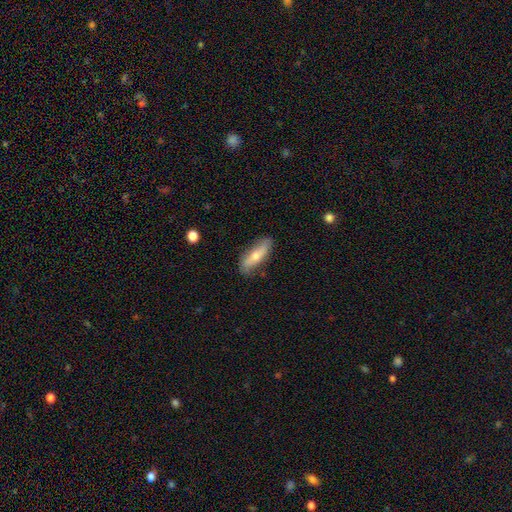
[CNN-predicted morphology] A smooth galaxy with no disk features (59%) that is cigar-shaped (52%). Merging: none (80%).